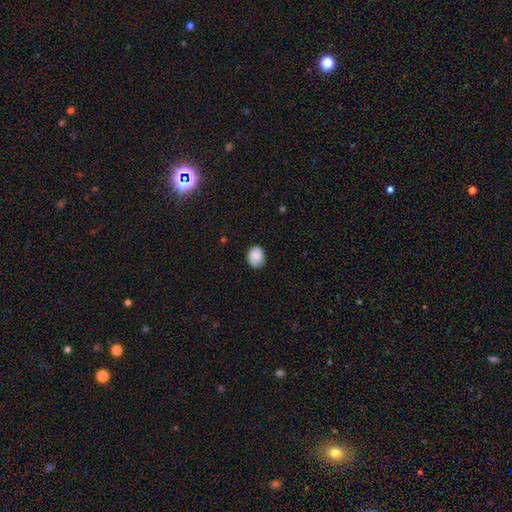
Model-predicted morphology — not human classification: smooth-or-featured: smooth: 78% | featured or disk: 14% | star or artifact: 8%
  how-rounded: in between: 53% | round: 46% | cigar-shaped: 1%
  merging: none: 77% | minor disturbance: 18% | major disturbance: 4% | merger: 1%